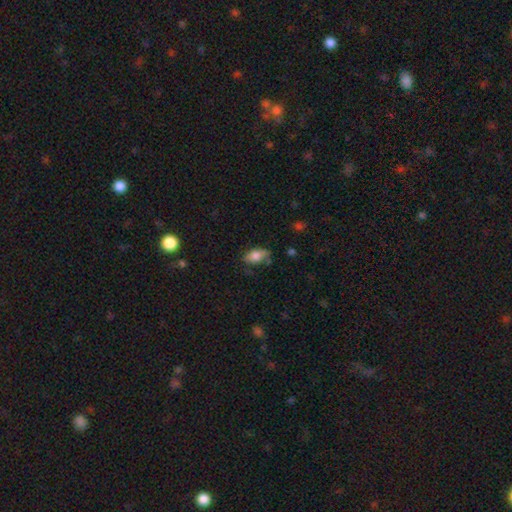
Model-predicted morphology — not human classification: Q: Smooth or featured?
A: smooth (75%); runner-up: featured or disk (17%)
Q: How rounded?
A: in between (90%); runner-up: round (6%)
Q: Merging?
A: none (58%); runner-up: minor disturbance (30%)